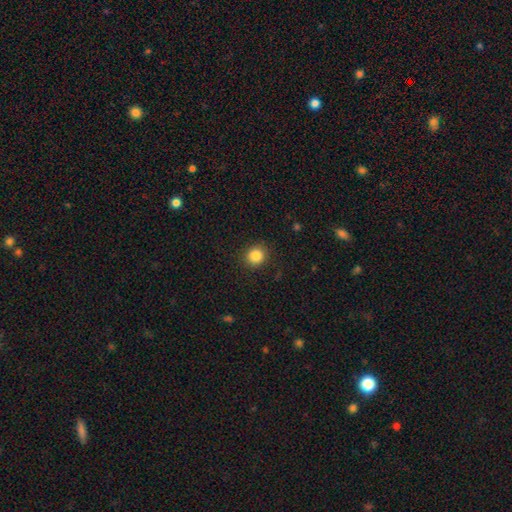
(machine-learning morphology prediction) smooth 85%, star or artifact 10%, featured or disk 4%. Down the decision tree: how rounded — round (89%); merging — none (89%).